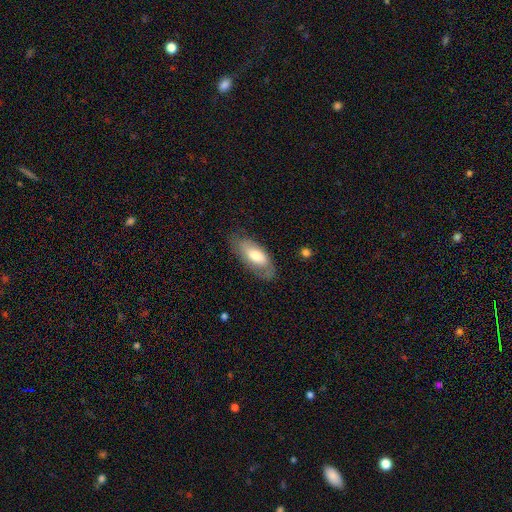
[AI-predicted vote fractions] smooth_or_featured: smooth (p=0.62) [alt: featured or disk p=0.32]
how_rounded: in between (p=0.86) [alt: cigar-shaped p=0.12]
merging: none (p=0.69) [alt: minor disturbance p=0.22]